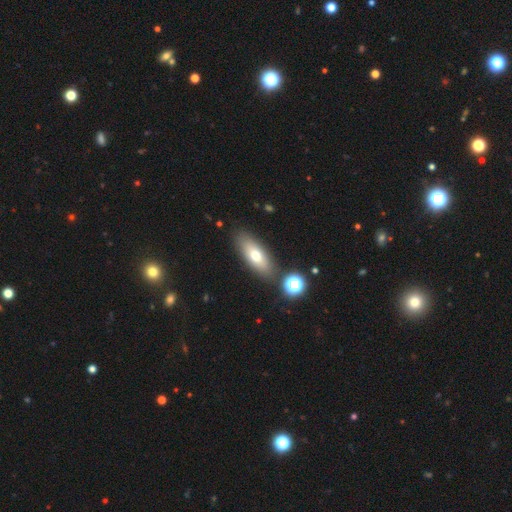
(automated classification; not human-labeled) This appears to be a smooth galaxy with no disk features (67%) that is in between round and cigar-shaped (71%). Merging: none (82%).